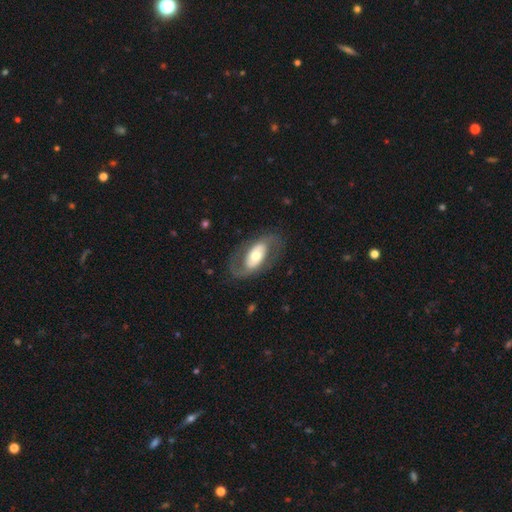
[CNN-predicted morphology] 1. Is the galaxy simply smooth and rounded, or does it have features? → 71% featured or disk, 24% smooth, 5% star or artifact.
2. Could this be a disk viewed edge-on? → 93% no, 7% yes.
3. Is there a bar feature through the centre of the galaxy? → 52% no, 26% weak, 22% strong.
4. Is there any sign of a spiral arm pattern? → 72% yes, 28% no.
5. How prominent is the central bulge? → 62% moderate, 18% small, 17% large, 2% dominant, 1% none.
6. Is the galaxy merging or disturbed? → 75% none, 13% minor disturbance, 11% major disturbance, 1% merger.